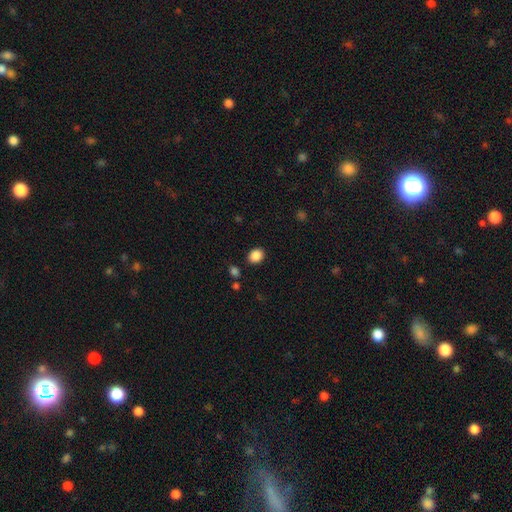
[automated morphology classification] smooth 88%, star or artifact 9%, featured or disk 3%. Down the decision tree: how rounded — round (55%); merging — none (87%).